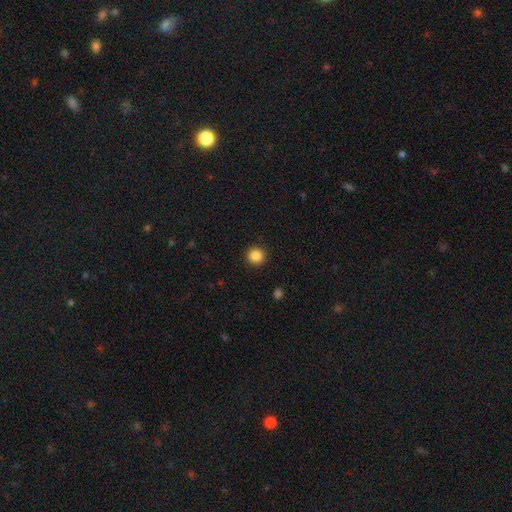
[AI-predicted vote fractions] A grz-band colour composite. It shows a smooth galaxy with no disk features (86%) that is round (95%). Merging: none (92%).